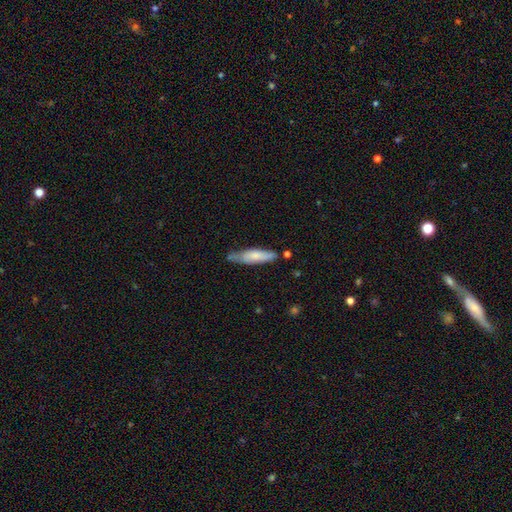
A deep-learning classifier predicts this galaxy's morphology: This is likely a smooth galaxy (69%). How rounded: likely cigar-shaped (71%). Merging: likely none (62%).